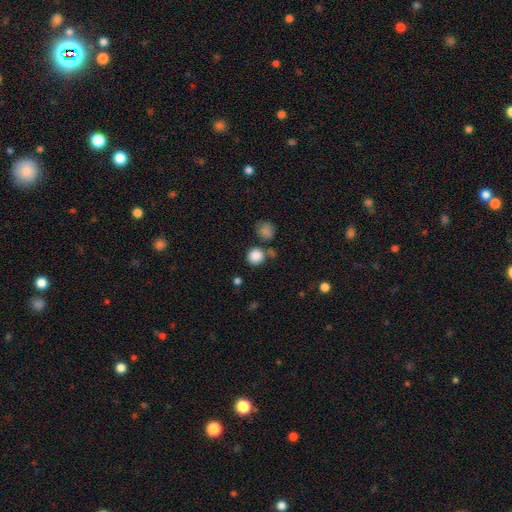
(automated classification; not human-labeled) Morphology: type=smooth (86%); roundness=round (89%); merging=none (70%).